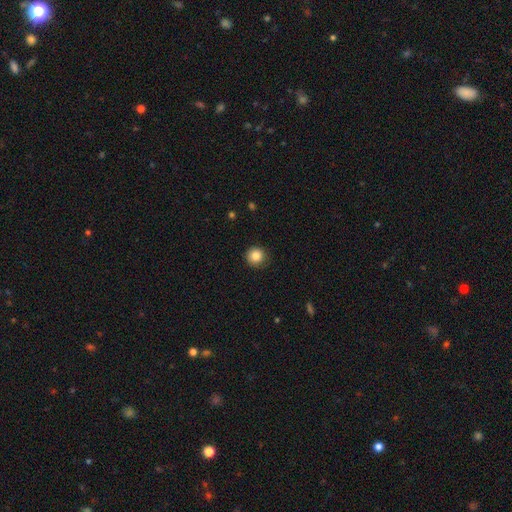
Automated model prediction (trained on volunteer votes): Smooth or featured?
  - smooth: 84% *
  - star or artifact: 10%
  - featured or disk: 5%
How rounded?
  - round: 95% *
  - in between: 4%
  - cigar-shaped: 1%
Merging?
  - none: 87% *
  - minor disturbance: 10%
  - major disturbance: 2%
  - merger: 1%